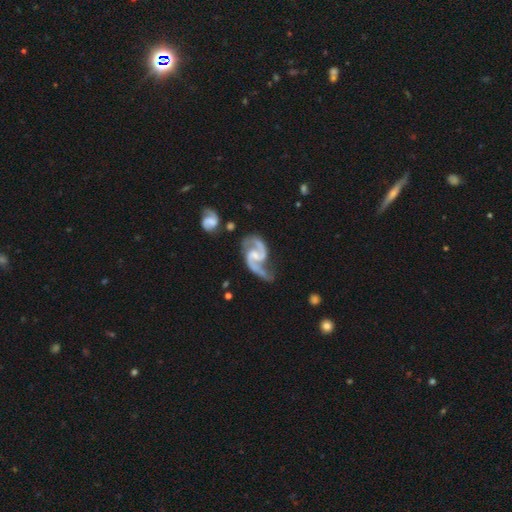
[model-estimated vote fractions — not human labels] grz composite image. It shows a featured or disk galaxy (93%) with a weak bar (50%), 2 (94%) medium (56%) spiral arms (98%) and a small central bulge (45%). Merging: none (55%).